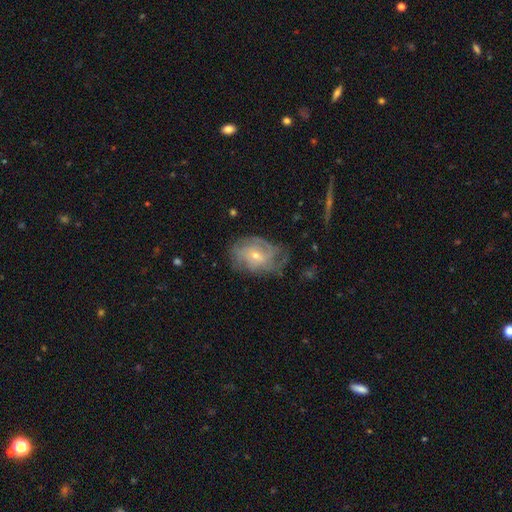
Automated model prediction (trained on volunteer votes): smooth-or-featured: featured or disk: 72% | smooth: 20% | star or artifact: 8%
  disk-edge-on: no: 95% | yes: 5%
    bar: no: 68% | weak: 27% | strong: 5%
    has-spiral-arms: yes: 85% | no: 15%
      spiral-winding: tight: 54% | medium: 33% | loose: 13%
      spiral-arm-count: can't tell: 48% | 2: 16% | 3: 15% | 4: 11% | more than 4: 5% | 1: 5%
    bulge-size: small: 62% | moderate: 35% | large: 1% | none: 1% | dominant: 1%
  merging: none: 61% | minor disturbance: 25% | major disturbance: 13% | merger: 1%